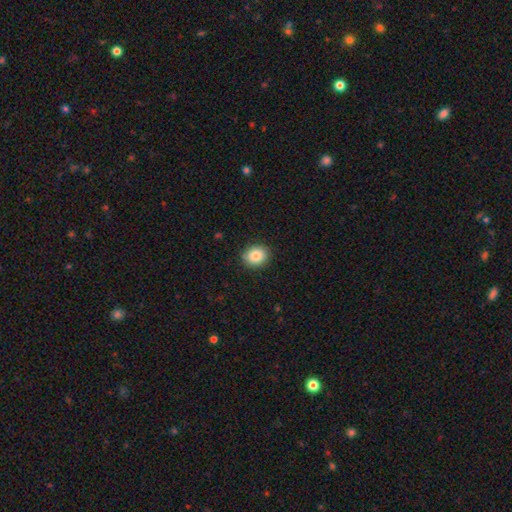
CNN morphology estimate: A smooth galaxy with no disk features (85%) that is round (62%). Merging: none (89%).